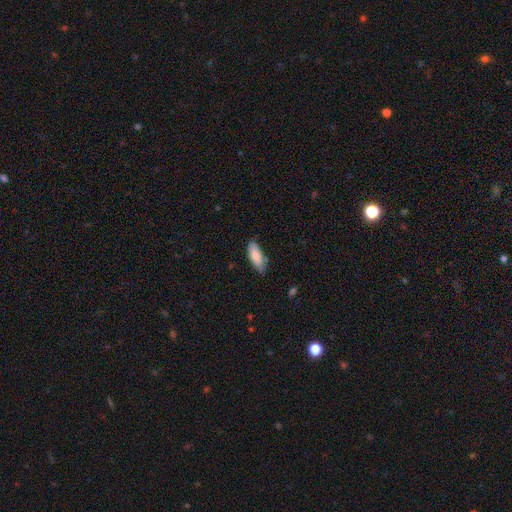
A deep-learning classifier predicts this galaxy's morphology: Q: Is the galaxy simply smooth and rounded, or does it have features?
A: smooth — 81%.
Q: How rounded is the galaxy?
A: in between — 78%.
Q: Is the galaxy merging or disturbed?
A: none — 75%.